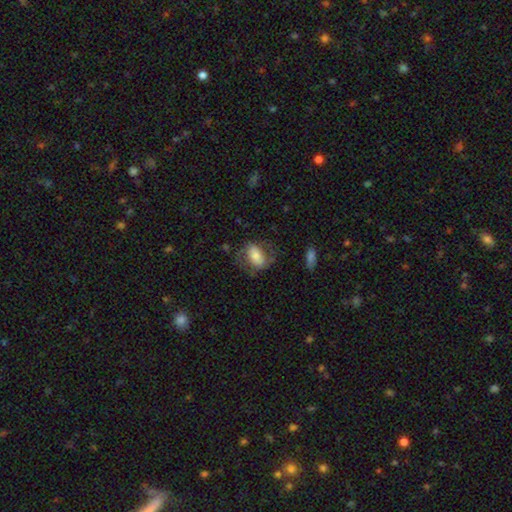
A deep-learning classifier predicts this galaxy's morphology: This appears to be a smooth galaxy with no disk features (60%) that is in between round and cigar-shaped (86%). Merging: none (57%).